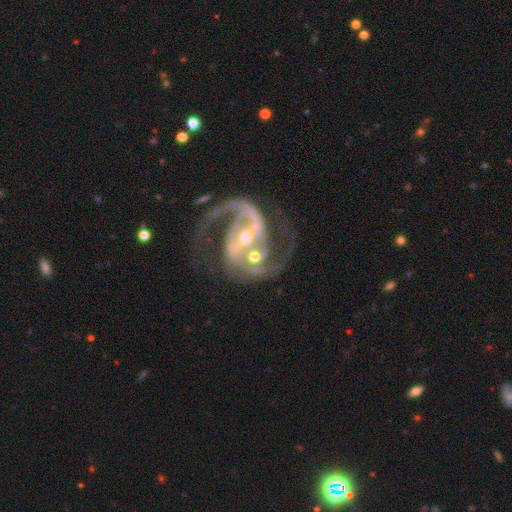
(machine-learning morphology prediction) Overall: featured or disk (92%). Edge-on disk: no (98%). Bar: strong (53%; weak 30%). Spiral arms: yes (98%). Spiral arm count: 2 (90%). Spiral winding: medium (63%). Bulge size: moderate (49%; small 46%). Merging: none (57%).